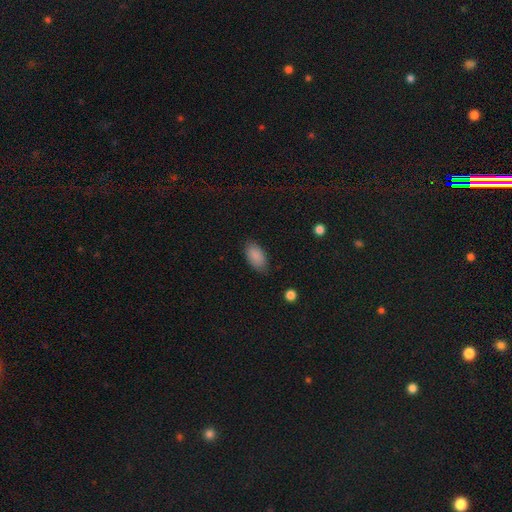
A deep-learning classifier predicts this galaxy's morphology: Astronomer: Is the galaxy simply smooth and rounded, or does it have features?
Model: smooth — 89%.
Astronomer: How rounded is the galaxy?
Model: in between — 94%.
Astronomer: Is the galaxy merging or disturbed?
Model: none — 80%.